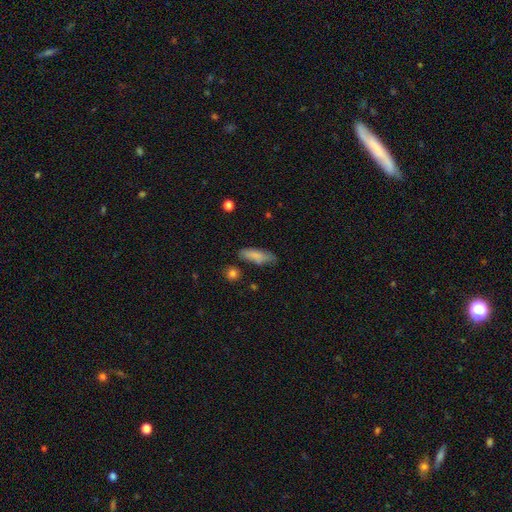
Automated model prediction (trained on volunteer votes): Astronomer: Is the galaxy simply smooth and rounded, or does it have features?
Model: smooth — 81%.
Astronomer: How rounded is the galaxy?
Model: in between — 57% (runner-up: cigar-shaped, 41%).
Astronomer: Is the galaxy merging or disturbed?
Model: none — 64%.